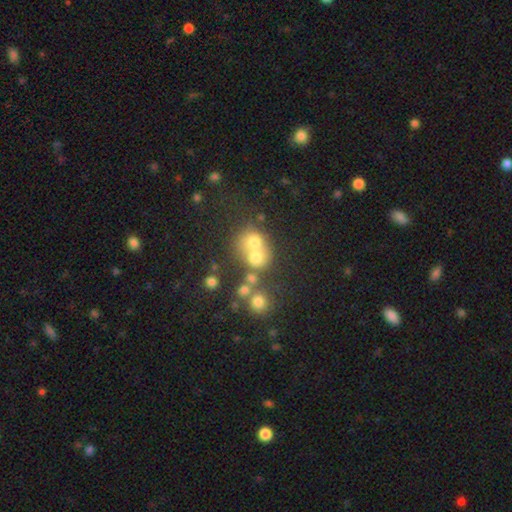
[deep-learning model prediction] A smooth galaxy with no disk features (60%) that is round (72%).

Vote fractions:
- Smooth or featured? smooth: 60% / featured or disk: 22% / star or artifact: 18%
- How rounded? round: 72% / in between: 27% / cigar-shaped: 1%
- Merging? merger: 55% / none: 32% / minor disturbance: 8% / major disturbance: 5%